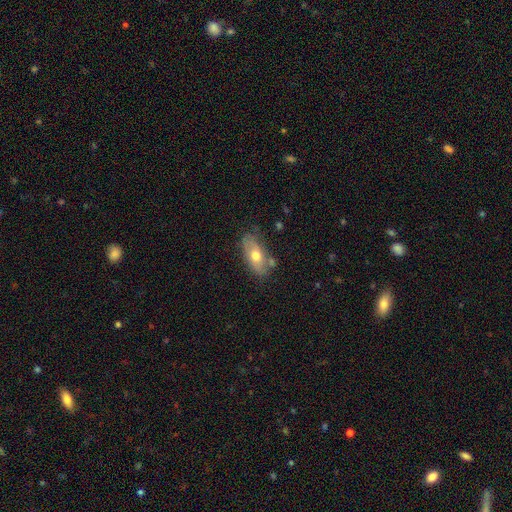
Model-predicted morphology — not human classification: Smooth or featured? Predicted: smooth (p=0.58). How rounded? Predicted: in between (p=0.85). Merging? Predicted: none (p=0.67).